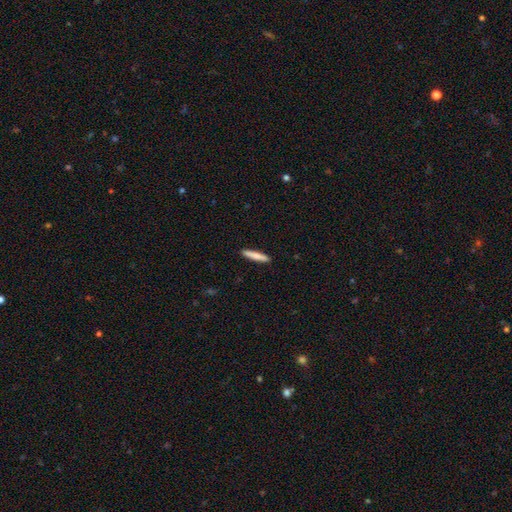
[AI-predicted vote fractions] The model was most divided on "smooth or featured": smooth: 79%, featured or disk: 16%, star or artifact: 6%. More confident: merging — none (91%); how rounded — cigar-shaped (90%).